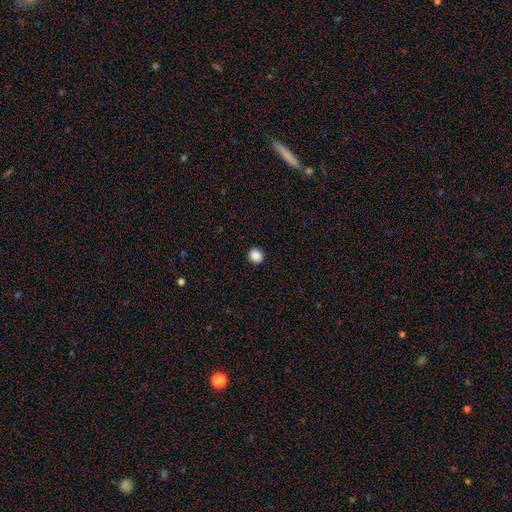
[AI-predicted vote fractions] Morphology: type=smooth (87%); roundness=round (91%); merging=none (93%).